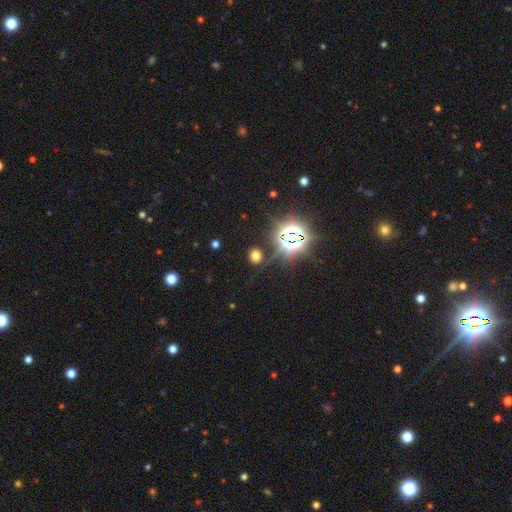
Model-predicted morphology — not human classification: Smooth or featured?
  - smooth: 55% *
  - star or artifact: 38%
  - featured or disk: 7%
How rounded?
  - round: 73% *
  - in between: 26%
  - cigar-shaped: 2%
Merging?
  - none: 83% *
  - minor disturbance: 10%
  - major disturbance: 4%
  - merger: 3%